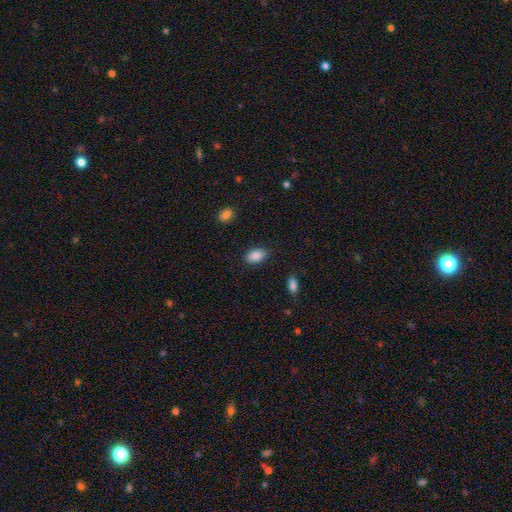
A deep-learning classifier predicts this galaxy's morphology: Smooth or featured: smooth — 89% (star or artifact — 7%)
How rounded: in between — 92% (round — 6%)
Merging: none — 86% (minor disturbance — 10%)